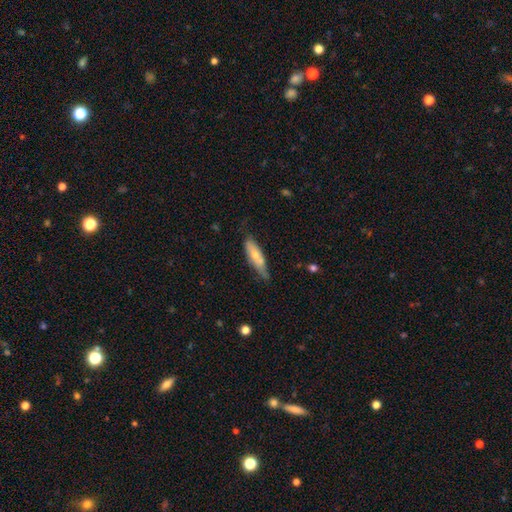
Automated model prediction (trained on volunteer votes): smooth 63%, featured or disk 31%, star or artifact 6%. Down the decision tree: how rounded — cigar-shaped (55%); merging — none (52%).